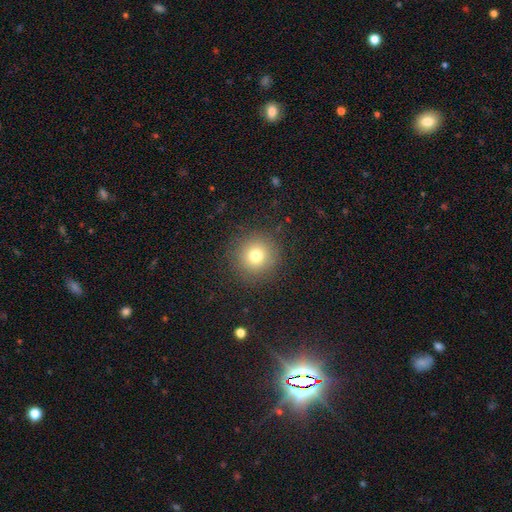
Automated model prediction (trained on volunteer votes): Smooth or featured: smooth — 76% (star or artifact — 15%)
How rounded: round — 95% (in between — 4%)
Merging: none — 89% (minor disturbance — 7%)